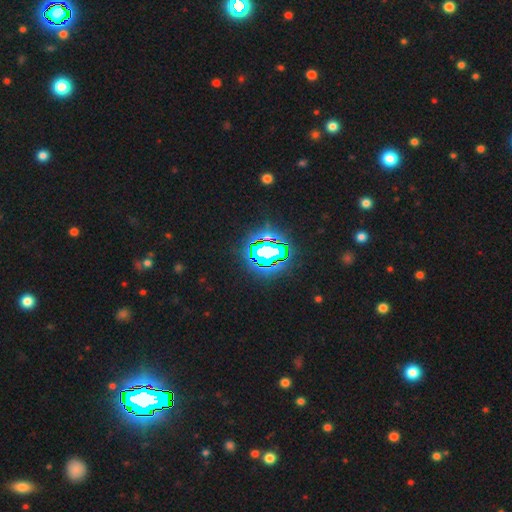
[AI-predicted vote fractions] Smooth or featured?
  - star or artifact: 84% *
  - smooth: 9%
  - featured or disk: 7%